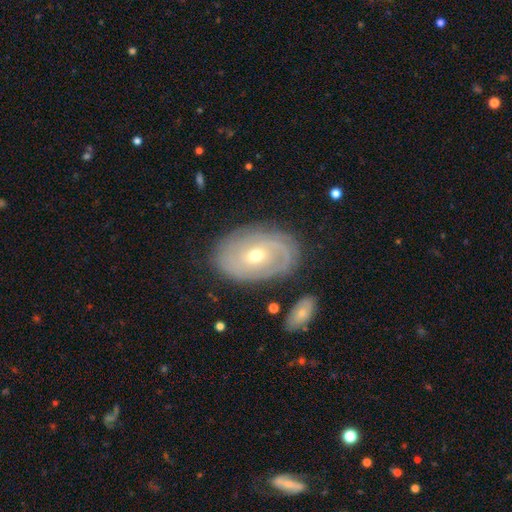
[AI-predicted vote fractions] Smooth or featured? featured or disk (76%)
Edge-on disk? no (94%)
Bar? no (63%)
Spiral arms? yes (82%)
Spiral winding? tight (72%)
Spiral arm count? can't tell (42%)
Bulge size? moderate (51%)
Merging? none (77%)